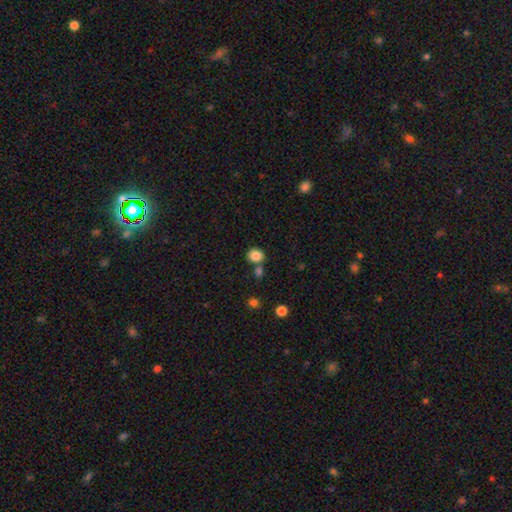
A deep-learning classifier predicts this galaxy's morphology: This is clearly a smooth galaxy (84%). How rounded: likely round (71%). Merging: likely none (69%).